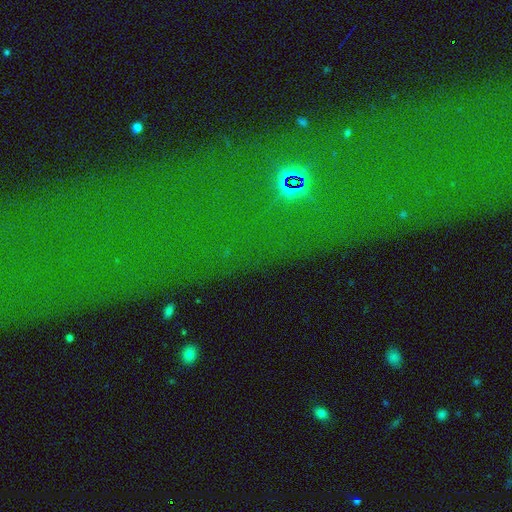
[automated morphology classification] This is likely a star or artifact rather than a galaxy (71%).